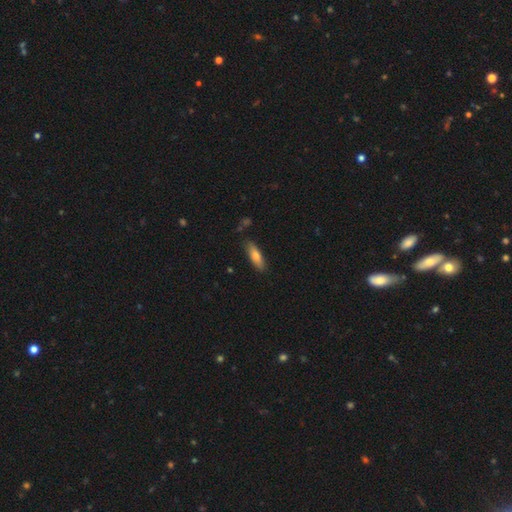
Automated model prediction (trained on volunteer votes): A smooth galaxy with no disk features (73%) that is cigar-shaped (53%).

Vote fractions:
- Smooth or featured? smooth: 73% / featured or disk: 20% / star or artifact: 6%
- How rounded? cigar-shaped: 53% / in between: 45% / round: 2%
- Merging? none: 83% / minor disturbance: 13% / major disturbance: 2% / merger: 2%